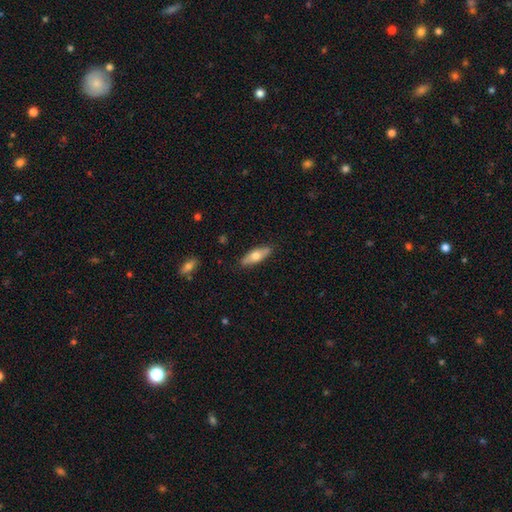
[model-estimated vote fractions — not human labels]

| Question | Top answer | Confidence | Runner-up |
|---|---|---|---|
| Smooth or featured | smooth | 63% | featured or disk (31%) |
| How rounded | in between | 60% | cigar-shaped (37%) |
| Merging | none | 86% | minor disturbance (11%) |